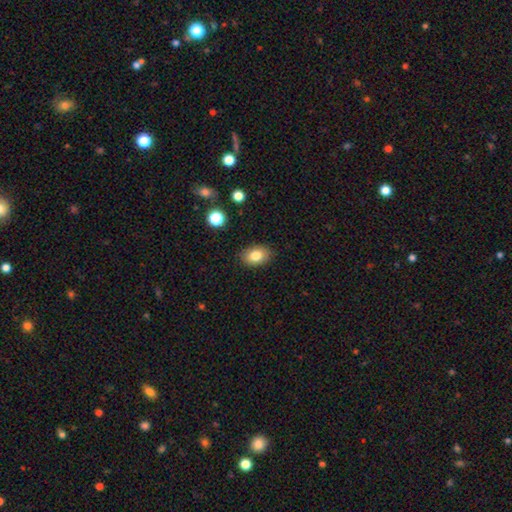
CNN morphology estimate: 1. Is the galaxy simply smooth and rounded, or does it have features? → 82% smooth, 9% star or artifact, 9% featured or disk.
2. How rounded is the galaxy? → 79% in between, 20% round, 1% cigar-shaped.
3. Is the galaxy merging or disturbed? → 87% none, 10% minor disturbance, 2% major disturbance, 1% merger.